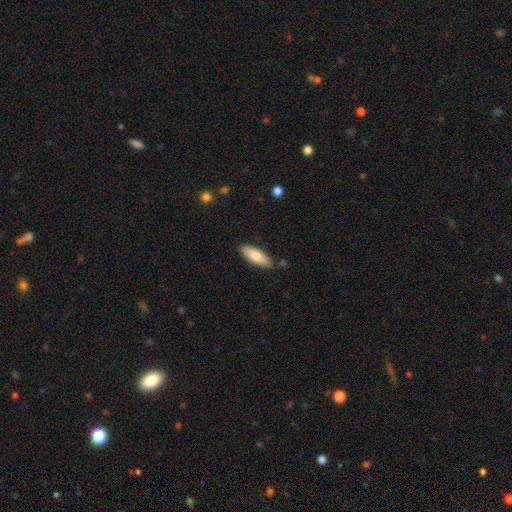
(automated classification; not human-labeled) Smooth or featured? smooth (78%)
How rounded? in between (61%)
Merging? none (82%)